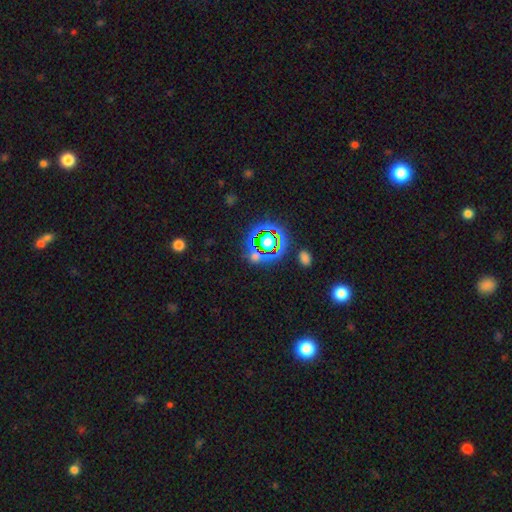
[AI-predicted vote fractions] Q: Smooth or featured?
A: star or artifact (61%); runner-up: smooth (29%)